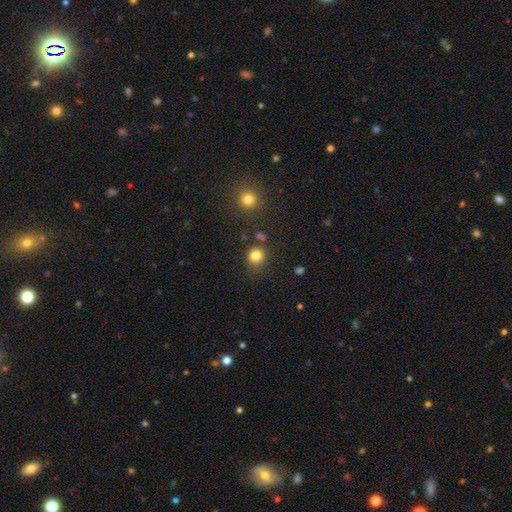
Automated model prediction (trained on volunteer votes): smooth_or_featured: smooth (p=0.83) [alt: star or artifact p=0.13]
how_rounded: round (p=0.89) [alt: in between p=0.10]
merging: none (p=0.78) [alt: minor disturbance p=0.12]